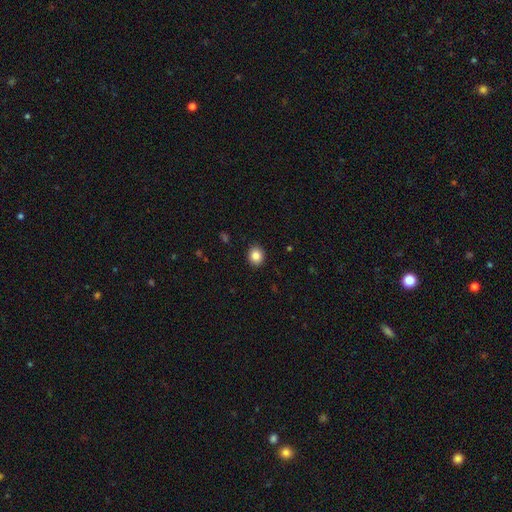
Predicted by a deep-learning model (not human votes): Smooth or featured? Predicted: smooth (p=0.85). How rounded? Predicted: round (p=0.70). Merging? Predicted: none (p=0.91).